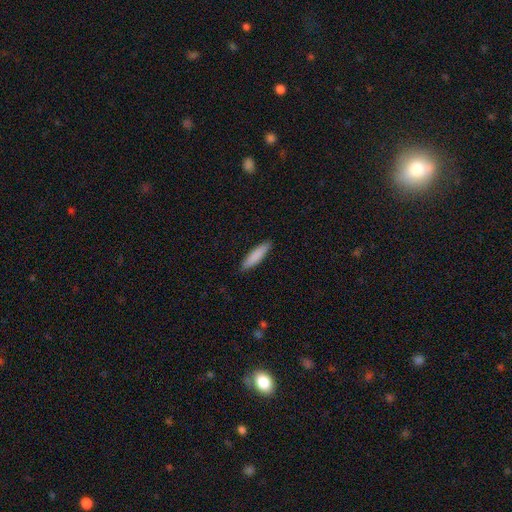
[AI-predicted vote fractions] This appears to be a smooth galaxy with no disk features (86%) that is cigar-shaped (74%). Merging: none (89%).